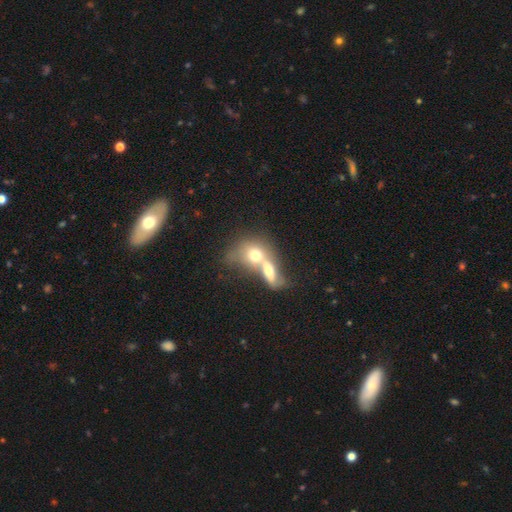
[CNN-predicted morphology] type=smooth (62%); roundness=in between (52%); merging=merger (78%).